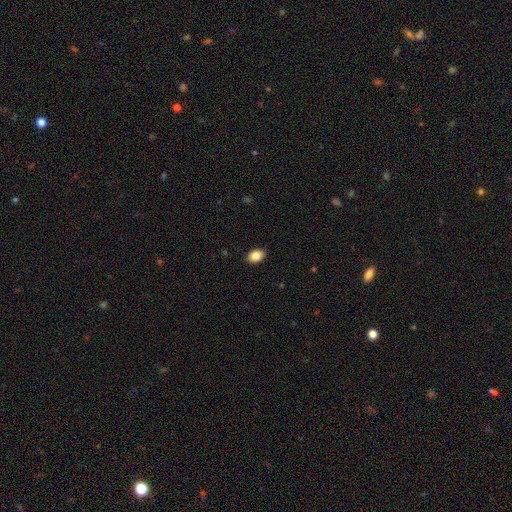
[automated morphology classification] Smooth or featured? smooth (85%)
How rounded? in between (82%)
Merging? none (90%)